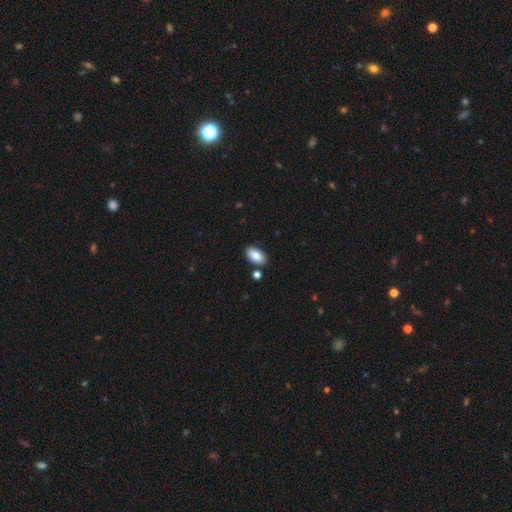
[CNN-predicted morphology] Smooth or featured? smooth (86%)
How rounded? in between (94%)
Merging? none (85%)